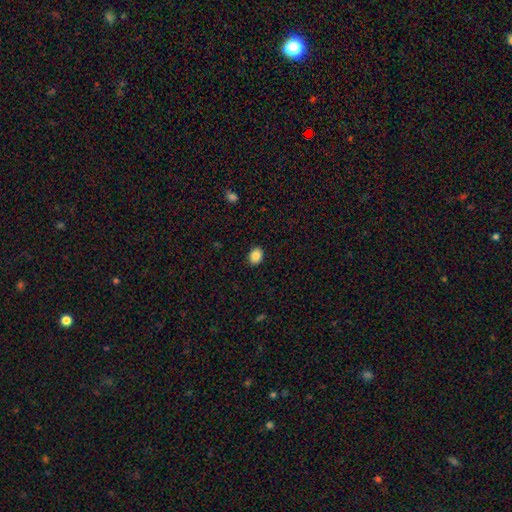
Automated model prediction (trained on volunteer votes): Smooth or featured: smooth — 86% (star or artifact — 9%)
How rounded: in between — 63% (round — 36%)
Merging: none — 90% (minor disturbance — 7%)